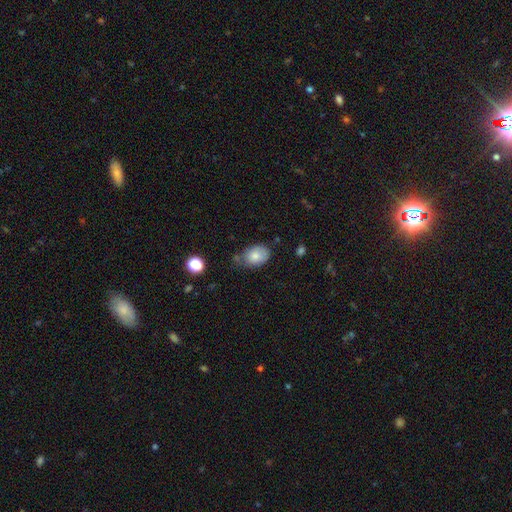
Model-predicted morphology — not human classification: A smooth galaxy with no disk features (78%) that is in between round and cigar-shaped (78%). Merging: none (54%).